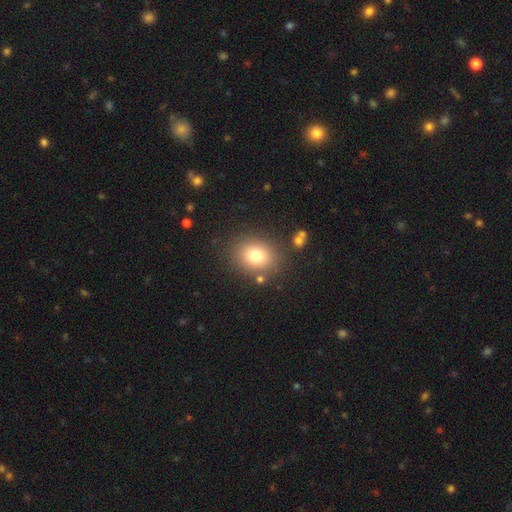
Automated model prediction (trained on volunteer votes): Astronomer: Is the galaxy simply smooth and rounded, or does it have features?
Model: smooth — 77%.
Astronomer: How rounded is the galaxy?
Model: round — 58% (runner-up: in between, 41%).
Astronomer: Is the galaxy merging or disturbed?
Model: none — 83%.